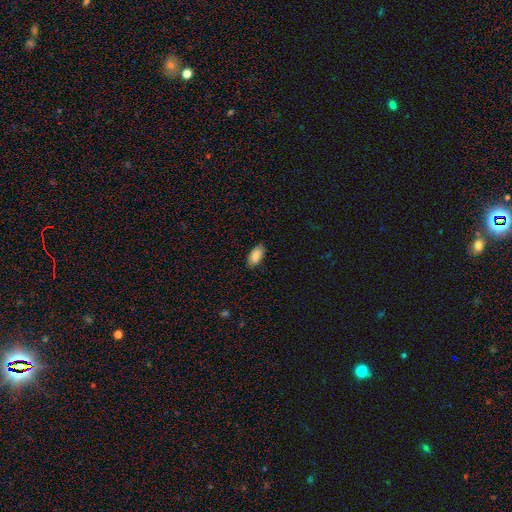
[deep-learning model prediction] Smooth or featured: smooth — 87% (star or artifact — 7%)
How rounded: in between — 92% (cigar-shaped — 5%)
Merging: none — 84% (minor disturbance — 12%)